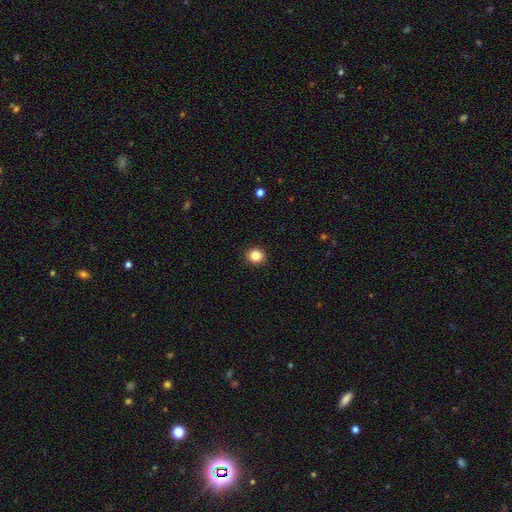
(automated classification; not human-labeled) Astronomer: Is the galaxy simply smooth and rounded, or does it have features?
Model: smooth — 86%.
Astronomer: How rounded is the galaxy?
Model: round — 83%.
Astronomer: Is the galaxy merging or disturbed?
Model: none — 92%.